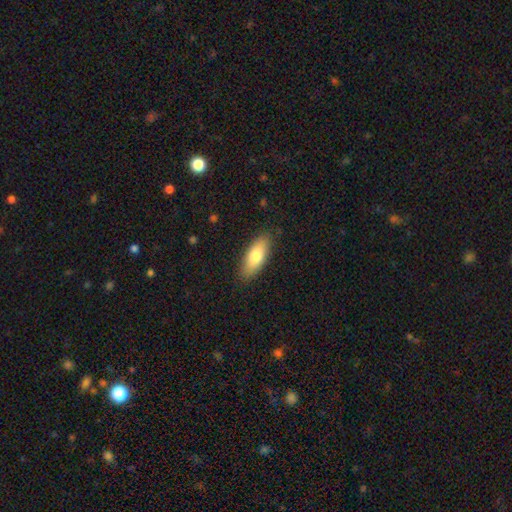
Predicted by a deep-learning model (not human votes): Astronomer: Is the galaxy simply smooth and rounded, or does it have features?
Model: smooth — 77%.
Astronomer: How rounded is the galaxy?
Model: in between — 72%.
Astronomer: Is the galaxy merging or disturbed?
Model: none — 86%.